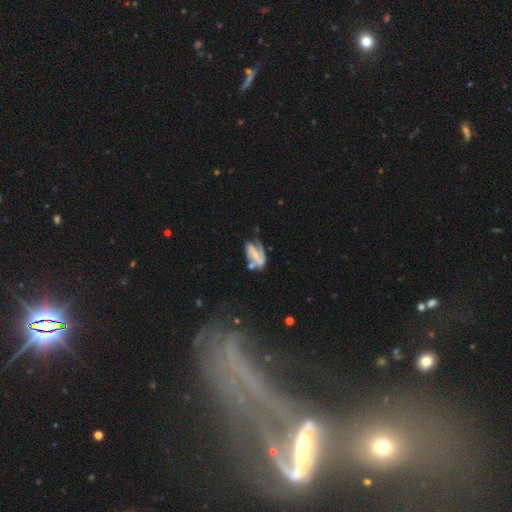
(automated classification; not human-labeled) Smooth or featured? featured or disk (67%)
Edge-on disk? no (95%)
Bar? no (41%)
Spiral arms? yes (76%)
Bulge size? small (55%)
Merging? none (30%)